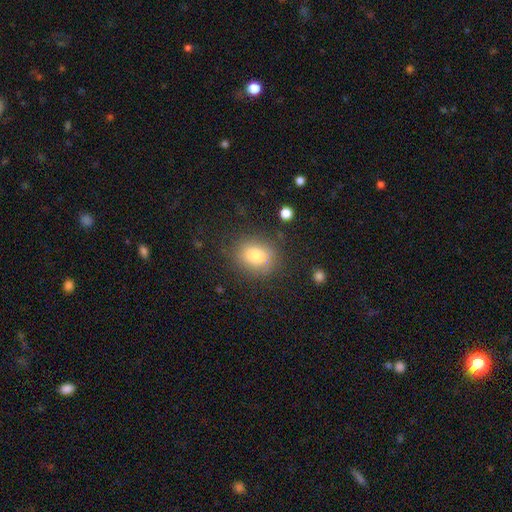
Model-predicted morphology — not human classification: Overall: smooth (78%). How rounded: round (60%; in between 39%). Merging: none (80%).